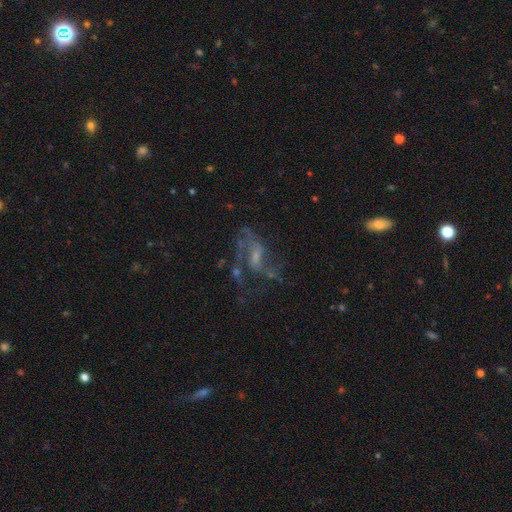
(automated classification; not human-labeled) A featured or disk galaxy (71%) with a weak bar (46%), spiral arms (70%) and a small central bulge (47%). Merging: none (40%).